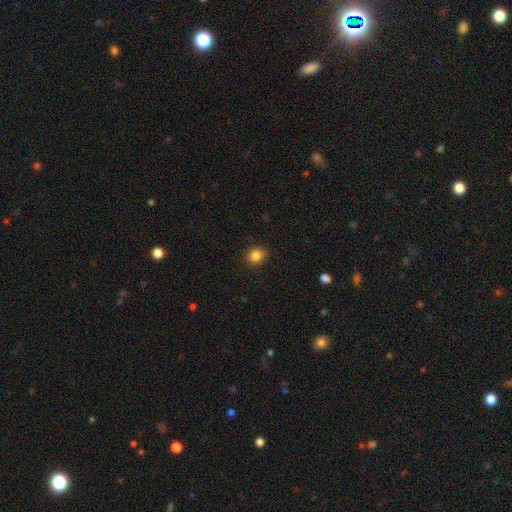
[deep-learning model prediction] Morphology: type=smooth (85%); roundness=round (64%); merging=none (86%).